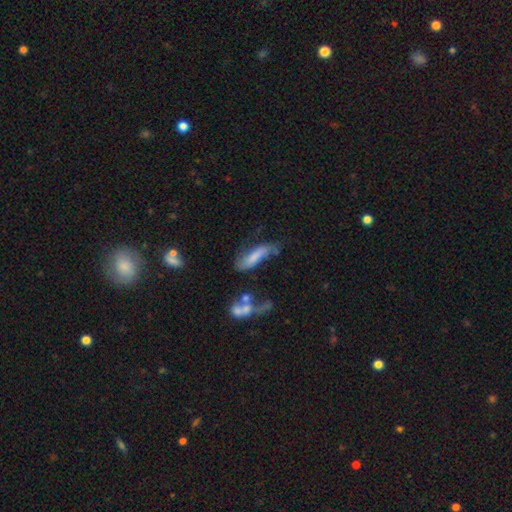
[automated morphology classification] Smooth or featured? Predicted: smooth (p=0.54). How rounded? Predicted: cigar-shaped (p=0.58). Merging? Predicted: none (p=0.41).